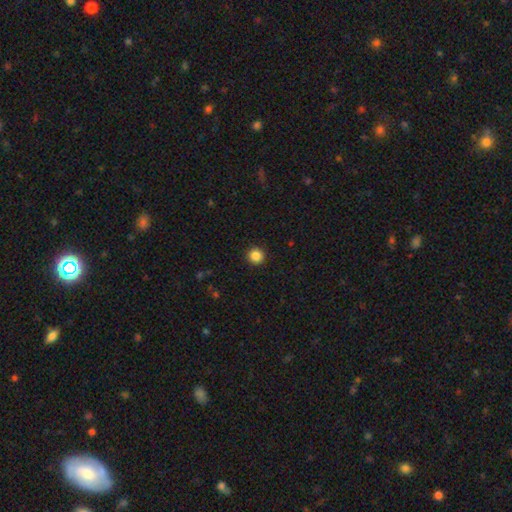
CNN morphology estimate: type=smooth (86%); roundness=round (95%); merging=none (93%).